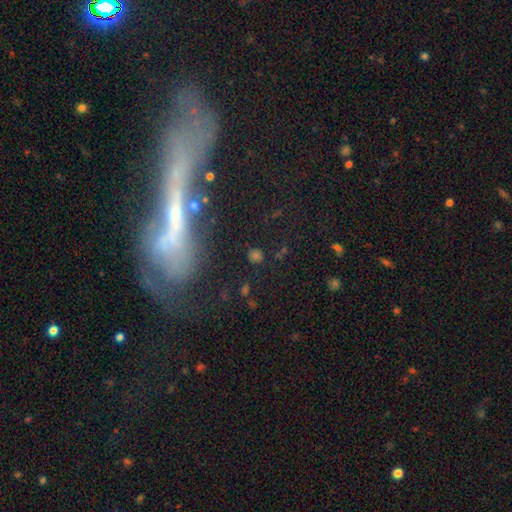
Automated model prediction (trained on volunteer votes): This is possibly a smooth galaxy (55%). How rounded: likely round (70%). Merging: likely none (76%).